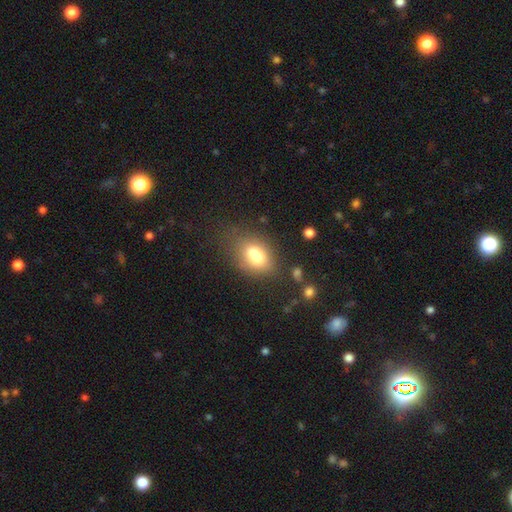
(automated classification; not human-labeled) Morphology: type=smooth (67%); roundness=in between (71%); merging=none (38%, tied with merger).